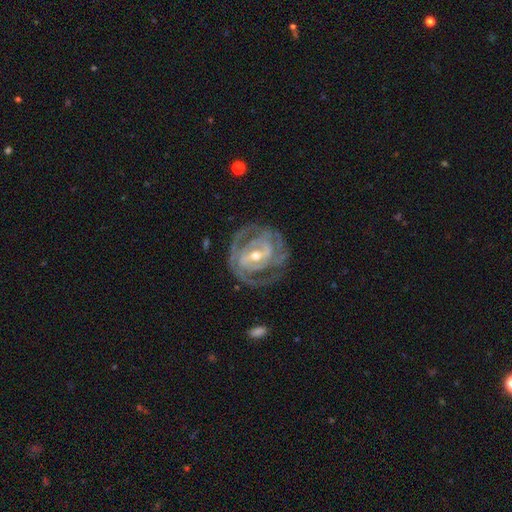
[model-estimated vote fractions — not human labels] Q: Smooth or featured?
A: featured or disk (90%); runner-up: smooth (6%)
Q: Edge-on disk?
A: no (97%); runner-up: yes (3%)
Q: Bar?
A: strong (44%); runner-up: weak (38%)
Q: Spiral arms?
A: yes (94%); runner-up: no (6%)
Q: Spiral winding?
A: tight (66%); runner-up: medium (28%)
Q: Spiral arm count?
A: 2 (40%); runner-up: 3 (23%)
Q: Bulge size?
A: moderate (53%); runner-up: small (43%)
Q: Merging?
A: none (73%); runner-up: minor disturbance (16%)